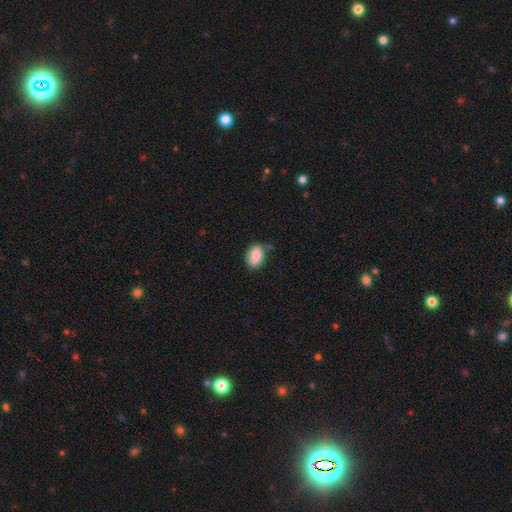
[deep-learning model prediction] Smooth or featured? smooth (84%)
How rounded? in between (84%)
Merging? none (71%)